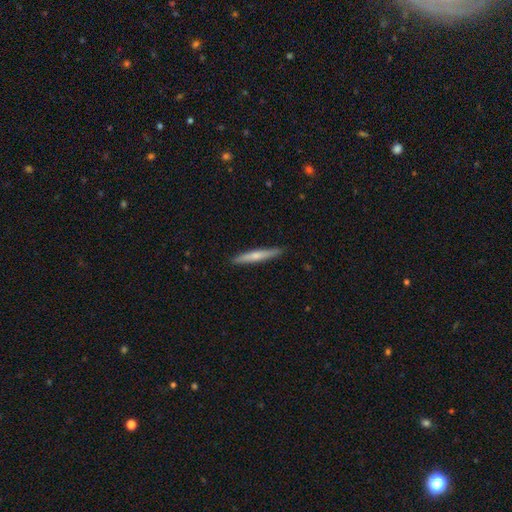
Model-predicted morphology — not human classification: The model was most divided on "smooth or featured": smooth: 58%, featured or disk: 37%, star or artifact: 5%. More confident: how rounded — cigar-shaped (95%); merging — none (90%).